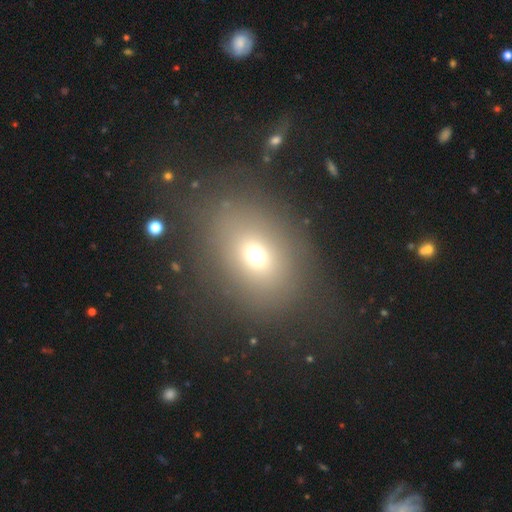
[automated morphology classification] Overall: smooth (66%). How rounded: in between (55%; round 44%). Merging: none (71%).